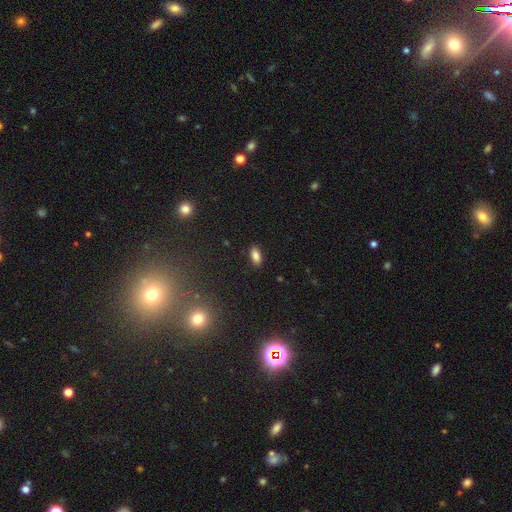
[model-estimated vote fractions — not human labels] A smooth galaxy with no disk features (85%) that is in between round and cigar-shaped (90%). Merging: none (88%).